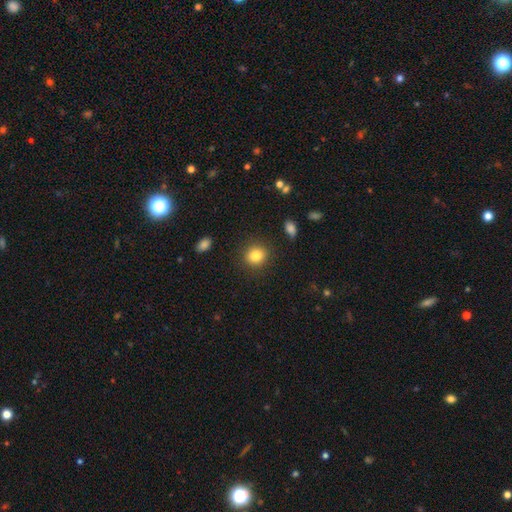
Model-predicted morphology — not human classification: Smooth or featured: smooth — 84% (star or artifact — 10%)
How rounded: round — 82% (in between — 17%)
Merging: none — 89% (minor disturbance — 7%)